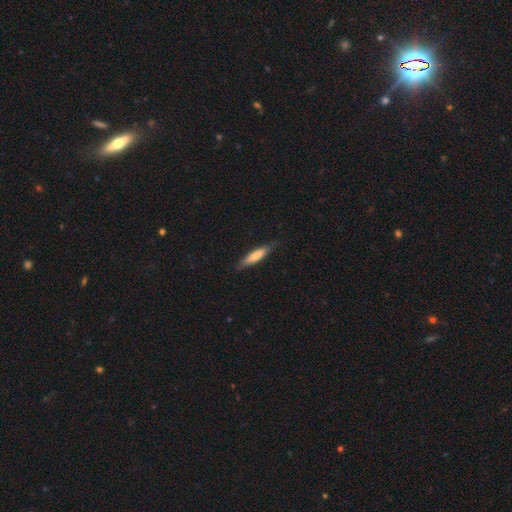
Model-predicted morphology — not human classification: The model was most divided on "smooth or featured": smooth: 75%, featured or disk: 20%, star or artifact: 5%. More confident: how rounded — cigar-shaped (80%); merging — none (80%).